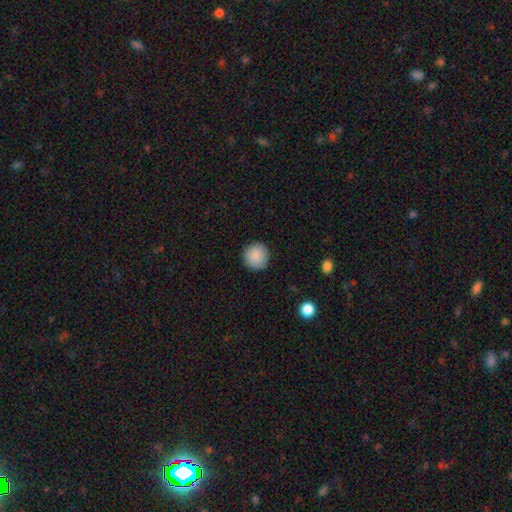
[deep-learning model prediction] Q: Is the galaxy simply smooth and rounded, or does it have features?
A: smooth — 89%.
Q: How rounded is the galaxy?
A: round — 95%.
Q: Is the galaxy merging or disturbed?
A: none — 91%.